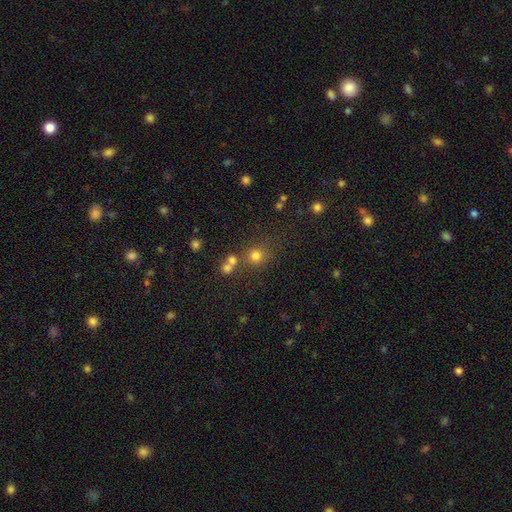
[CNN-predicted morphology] Smooth or featured? smooth (74%)
How rounded? round (87%)
Merging? none (67%)